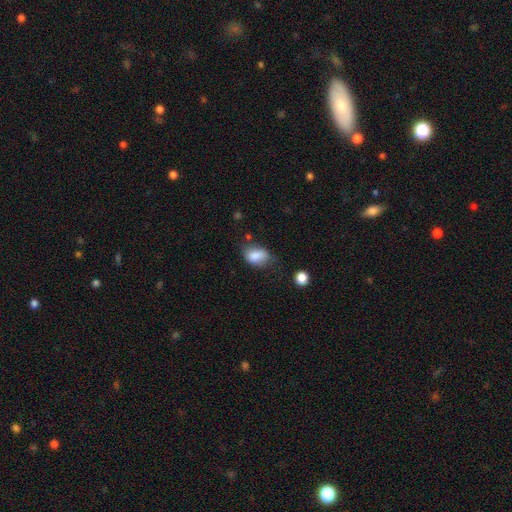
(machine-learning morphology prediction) Overall: smooth (84%). How rounded: in between (81%). Merging: none (49%; minor disturbance 35%).